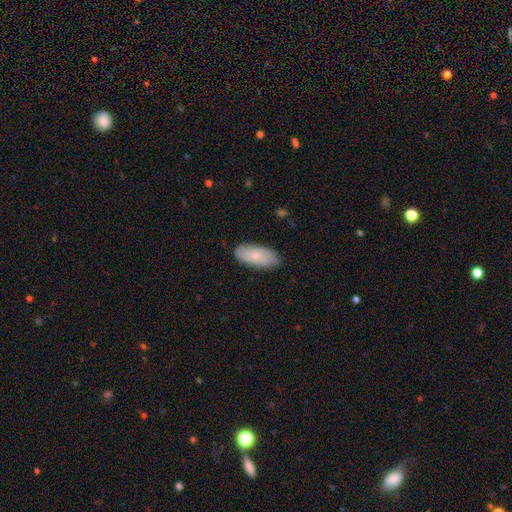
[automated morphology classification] The model was most divided on "smooth or featured": smooth: 73%, featured or disk: 21%, star or artifact: 6%. More confident: how rounded — in between (87%); merging — none (84%).